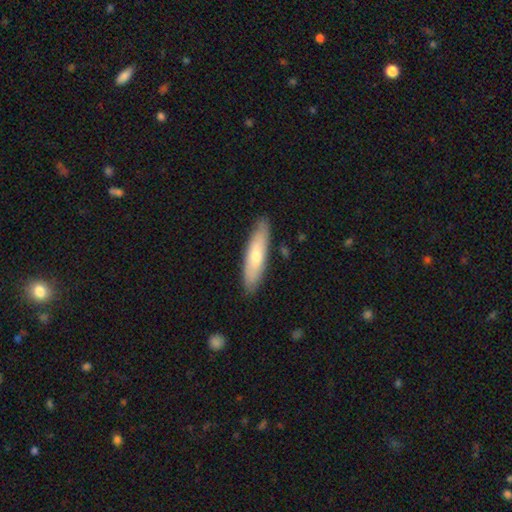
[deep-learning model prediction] Overall: smooth (63%; featured or disk 31%). How rounded: cigar-shaped (70%). Merging: none (86%).